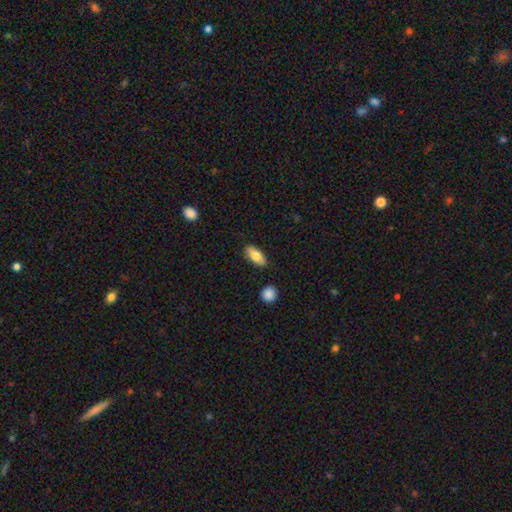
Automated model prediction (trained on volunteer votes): Smooth or featured? Predicted: smooth (p=0.79). How rounded? Predicted: in between (p=0.86). Merging? Predicted: none (p=0.86).